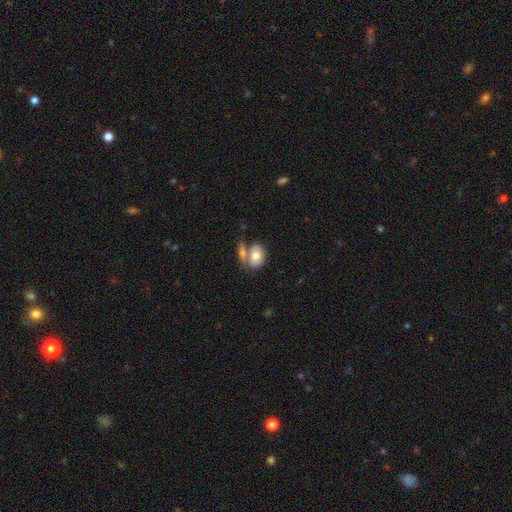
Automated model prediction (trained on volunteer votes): smooth-or-featured: smooth: 72% | featured or disk: 21% | star or artifact: 7%
  how-rounded: in between: 69% | round: 30% | cigar-shaped: 2%
  merging: merger: 44% | none: 38% | minor disturbance: 12% | major disturbance: 6%